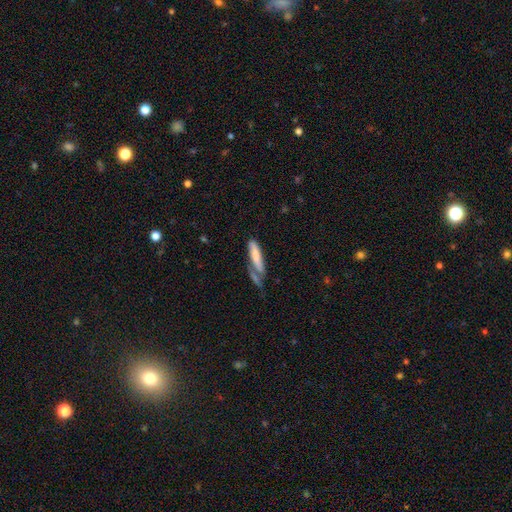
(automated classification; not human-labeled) Q: Smooth or featured?
A: smooth (69%); runner-up: featured or disk (24%)
Q: How rounded?
A: cigar-shaped (74%); runner-up: in between (24%)
Q: Merging?
A: none (35%); runner-up: merger (33%)